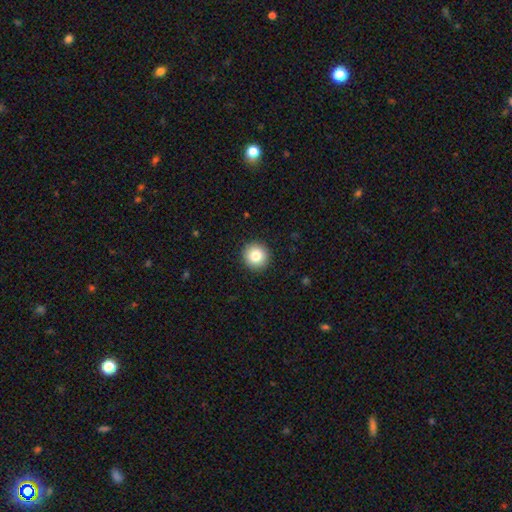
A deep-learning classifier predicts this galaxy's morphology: This appears to be a smooth galaxy with no disk features (83%) that is round (94%). Merging: none (93%).